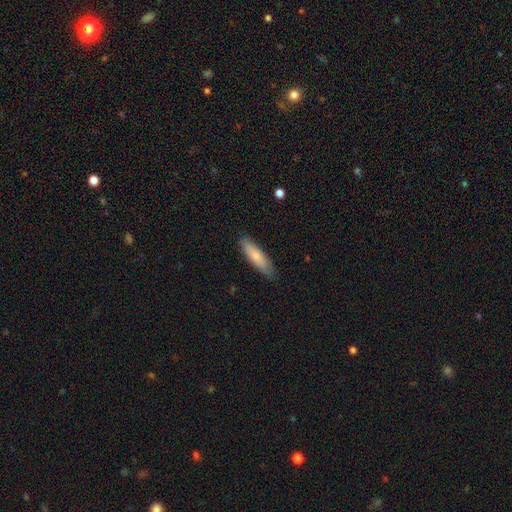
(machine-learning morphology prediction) This is likely a smooth galaxy (74%). How rounded: likely cigar-shaped (64%). Merging: clearly none (85%).